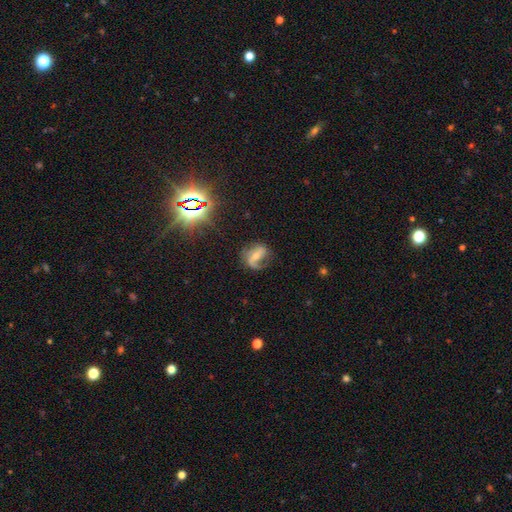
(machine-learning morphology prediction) A featured or disk galaxy (70%) with a strong bar (40%), 2 (55%) loose (42%) spiral arms (88%) and a small central bulge (49%). Merging: none (57%).